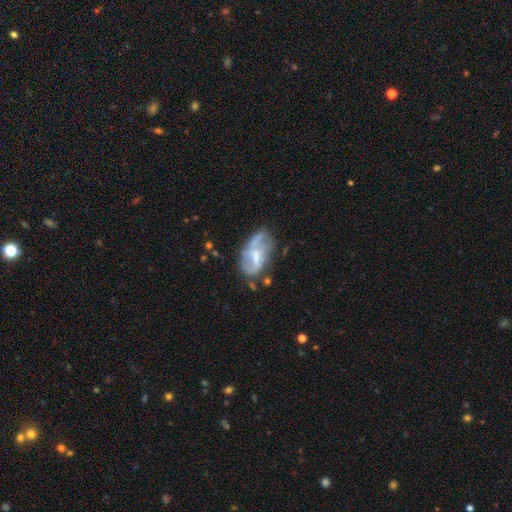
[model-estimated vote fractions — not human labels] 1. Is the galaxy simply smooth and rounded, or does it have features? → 58% featured or disk, 33% smooth, 8% star or artifact.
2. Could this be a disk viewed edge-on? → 95% no, 5% yes.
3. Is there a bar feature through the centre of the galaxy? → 44% no, 43% weak, 14% strong.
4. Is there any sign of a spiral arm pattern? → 53% yes, 47% no.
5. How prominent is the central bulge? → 37% moderate, 32% small, 24% none, 6% large, 1% dominant.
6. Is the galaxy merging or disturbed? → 35% none, 29% minor disturbance, 27% major disturbance, 9% merger.